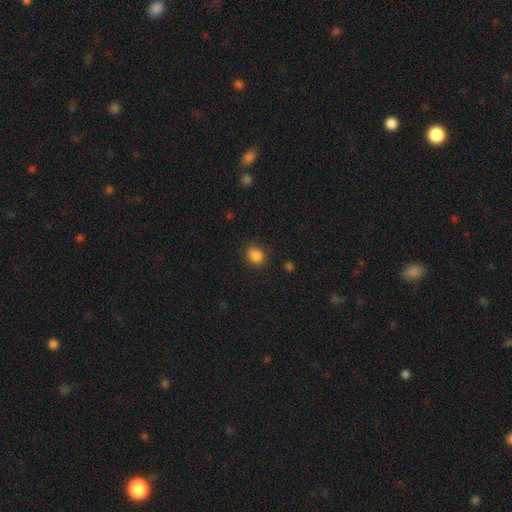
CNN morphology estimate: This appears to be a smooth galaxy with no disk features (86%) that is round (60%). Merging: none (82%).